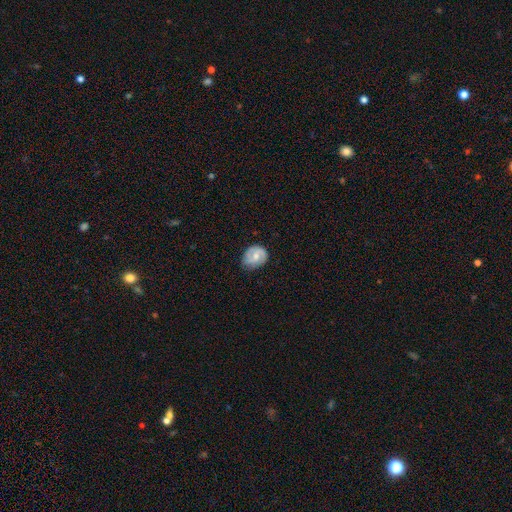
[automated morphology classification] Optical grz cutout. It shows a featured or disk galaxy (51%). Merging: none (66%).